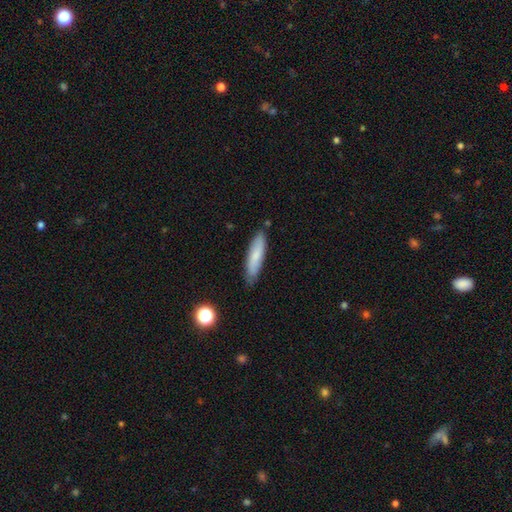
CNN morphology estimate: Smooth or featured: smooth — 74% (featured or disk — 19%)
How rounded: cigar-shaped — 73% (in between — 26%)
Merging: none — 82% (minor disturbance — 14%)